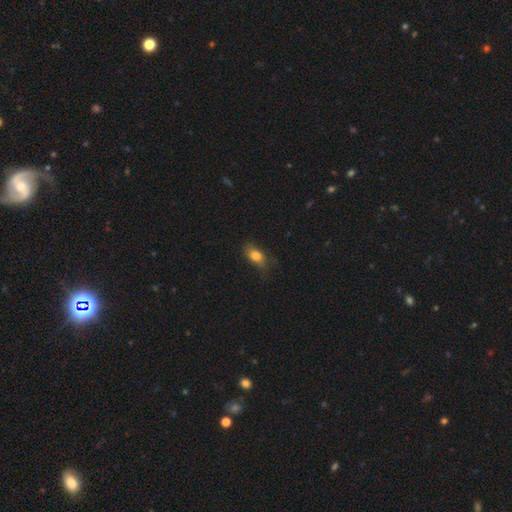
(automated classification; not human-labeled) smooth_or_featured: smooth (p=0.81) [alt: featured or disk p=0.10]
how_rounded: in between (p=0.82) [alt: round p=0.12]
merging: none (p=0.66) [alt: minor disturbance p=0.25]